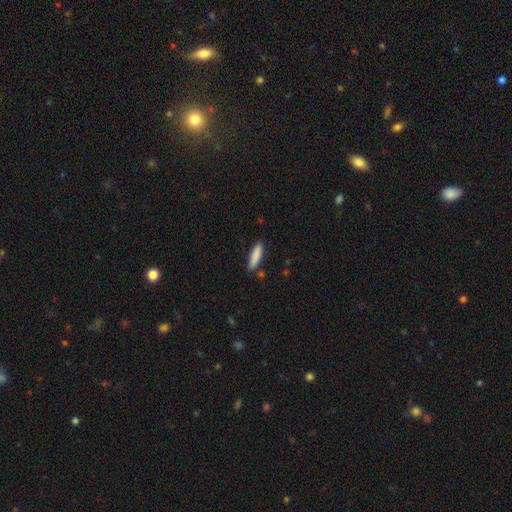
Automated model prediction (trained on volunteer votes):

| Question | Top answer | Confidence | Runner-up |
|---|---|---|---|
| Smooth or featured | smooth | 86% | featured or disk (8%) |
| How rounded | cigar-shaped | 70% | in between (29%) |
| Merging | none | 83% | minor disturbance (13%) |